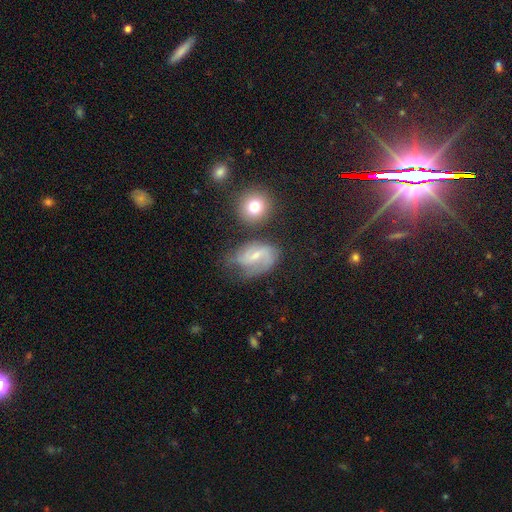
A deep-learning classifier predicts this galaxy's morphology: The model was most divided on "spiral winding": medium: 46%, loose: 33%, tight: 21%. Remaining: edge-on disk — no (97%); spiral arms — yes (90%); smooth or featured — featured or disk (69%); spiral arm count — 2 (64%); bulge size — small (61%); bar — weak (53%); merging — none (48%).